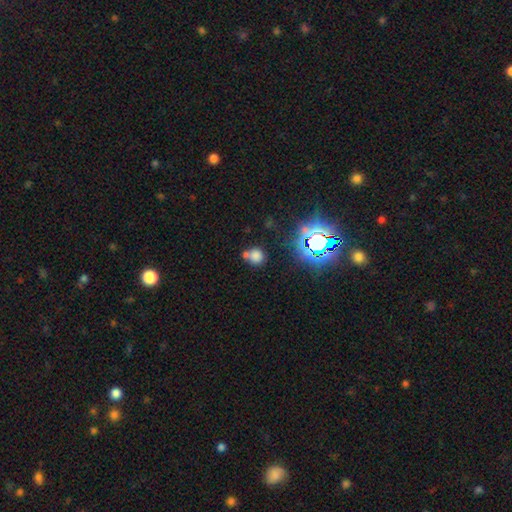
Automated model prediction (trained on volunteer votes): Smooth or featured? Predicted: smooth (p=0.71). How rounded? Predicted: round (p=0.82). Merging? Predicted: none (p=0.52).